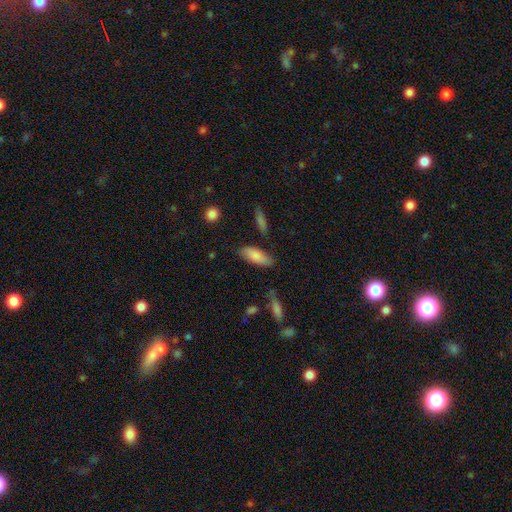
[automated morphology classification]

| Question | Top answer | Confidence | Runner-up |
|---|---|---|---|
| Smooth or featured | smooth | 83% | featured or disk (11%) |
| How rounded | in between | 79% | cigar-shaped (19%) |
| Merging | none | 78% | minor disturbance (15%) |